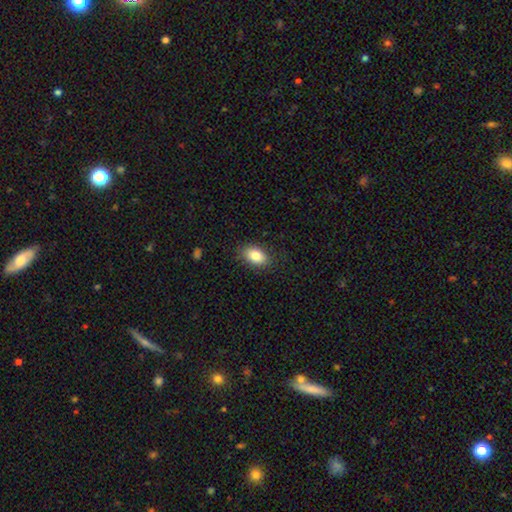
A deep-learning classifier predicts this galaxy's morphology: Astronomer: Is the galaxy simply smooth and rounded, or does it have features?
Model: smooth — 83%.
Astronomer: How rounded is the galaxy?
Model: in between — 89%.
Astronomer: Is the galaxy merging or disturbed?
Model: none — 85%.